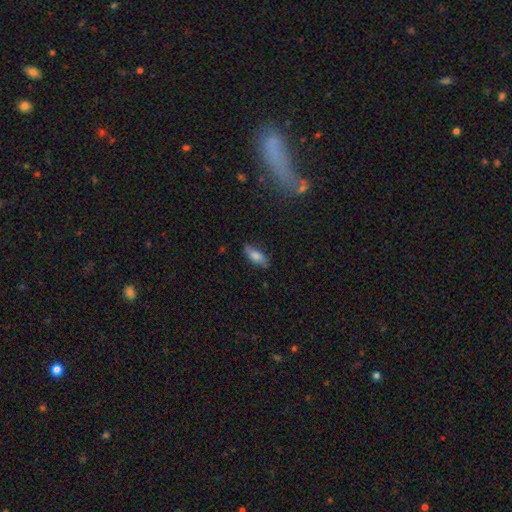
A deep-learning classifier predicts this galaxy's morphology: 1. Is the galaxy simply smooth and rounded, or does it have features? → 72% smooth, 20% featured or disk, 8% star or artifact.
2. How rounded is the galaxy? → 74% in between, 23% cigar-shaped, 3% round.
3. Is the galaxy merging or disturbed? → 73% none, 21% minor disturbance, 4% major disturbance, 2% merger.